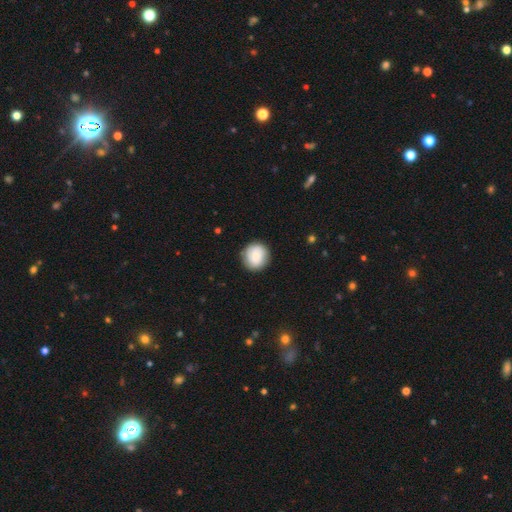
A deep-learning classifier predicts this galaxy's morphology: The model was most divided on "smooth or featured": smooth: 76%, featured or disk: 17%, star or artifact: 7%. More confident: how rounded — round (89%); merging — none (86%).